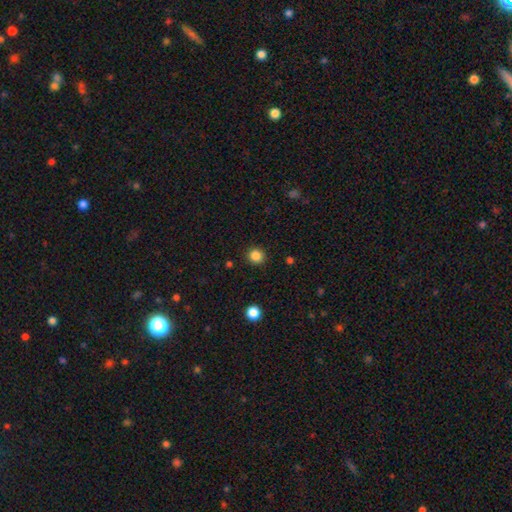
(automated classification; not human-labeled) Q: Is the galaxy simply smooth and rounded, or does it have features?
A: smooth — 85%.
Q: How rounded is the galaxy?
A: round — 92%.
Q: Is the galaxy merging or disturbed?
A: none — 91%.